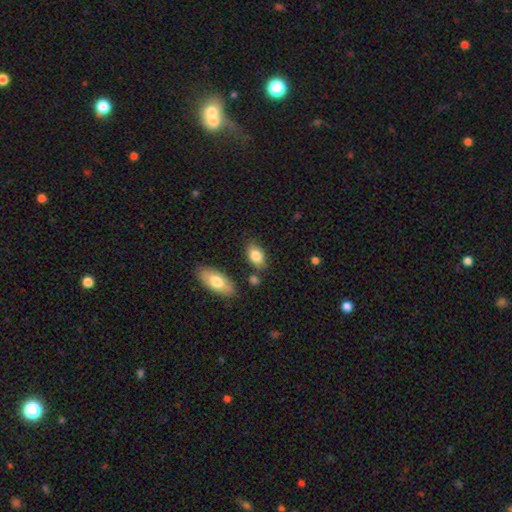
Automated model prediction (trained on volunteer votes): A smooth galaxy with no disk features (82%) that is in between round and cigar-shaped (89%). Merging: none (75%).